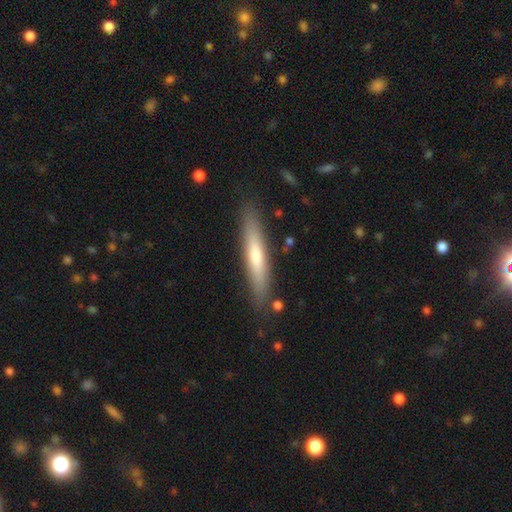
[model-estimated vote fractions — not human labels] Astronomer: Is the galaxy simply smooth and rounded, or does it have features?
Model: smooth — 49% (runner-up: featured or disk, 45%).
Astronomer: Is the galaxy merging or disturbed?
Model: none — 86%.